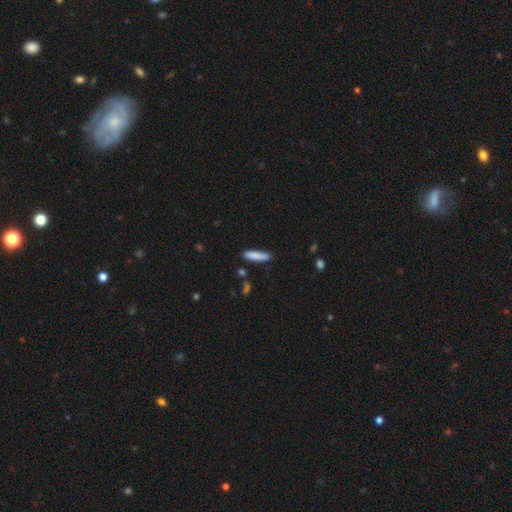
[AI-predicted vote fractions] A smooth galaxy with no disk features (84%) that is cigar-shaped (78%). Merging: none (80%).